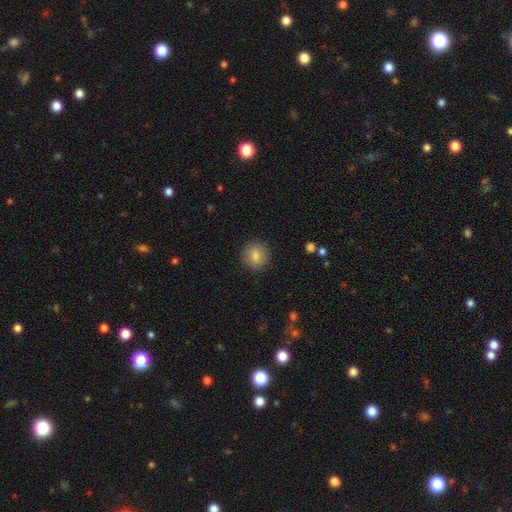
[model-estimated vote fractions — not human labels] Smooth or featured? smooth (82%)
How rounded? round (91%)
Merging? none (88%)